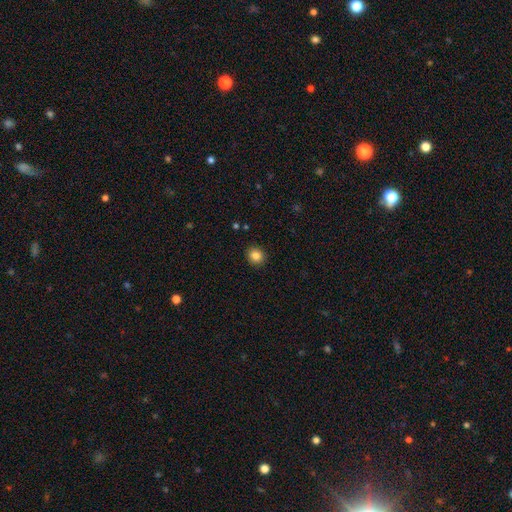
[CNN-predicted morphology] A smooth galaxy with no disk features (84%) that is round (88%).

Vote fractions:
- Smooth or featured? smooth: 84% / star or artifact: 11% / featured or disk: 5%
- How rounded? round: 88% / in between: 11% / cigar-shaped: 1%
- Merging? none: 92% / minor disturbance: 5% / major disturbance: 2% / merger: 1%